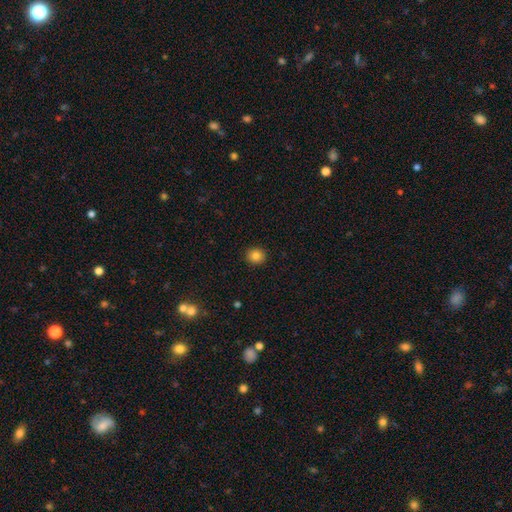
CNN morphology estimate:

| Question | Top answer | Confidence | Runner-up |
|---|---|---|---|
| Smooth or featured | smooth | 83% | star or artifact (11%) |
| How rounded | round | 86% | in between (13%) |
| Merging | none | 92% | minor disturbance (6%) |